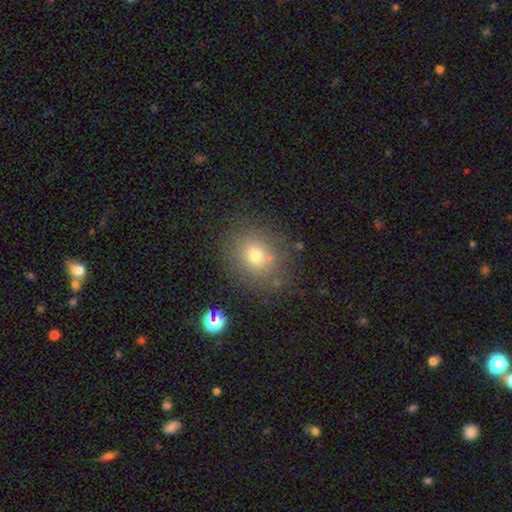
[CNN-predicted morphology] Smooth or featured?
  - smooth: 72% *
  - star or artifact: 16%
  - featured or disk: 12%
How rounded?
  - round: 71% *
  - in between: 29%
  - cigar-shaped: 1%
Merging?
  - none: 82% *
  - minor disturbance: 11%
  - major disturbance: 5%
  - merger: 2%